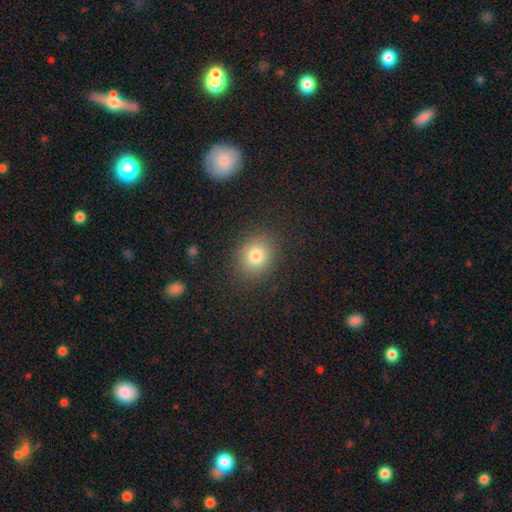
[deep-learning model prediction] Morphology: type=smooth (78%); roundness=round (69%); merging=none (86%).